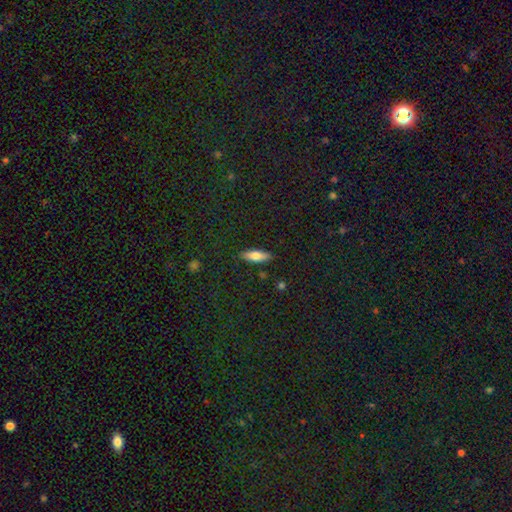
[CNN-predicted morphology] smooth 71%, featured or disk 22%, star or artifact 7%. Down the decision tree: how rounded — in between (59%); merging — none (87%).